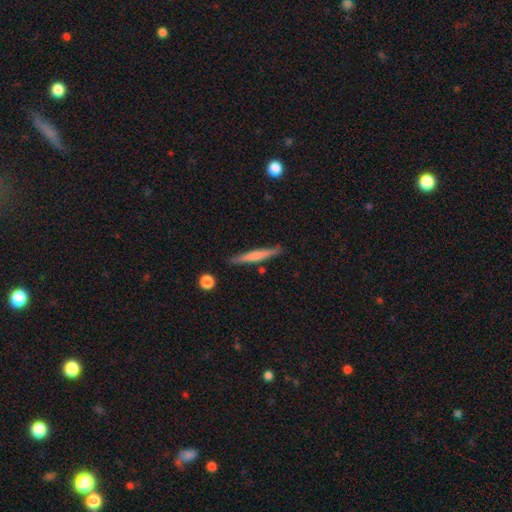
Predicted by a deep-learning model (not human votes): Smooth or featured? Predicted: smooth (p=0.55). How rounded? Predicted: cigar-shaped (p=0.95). Merging? Predicted: none (p=0.86).